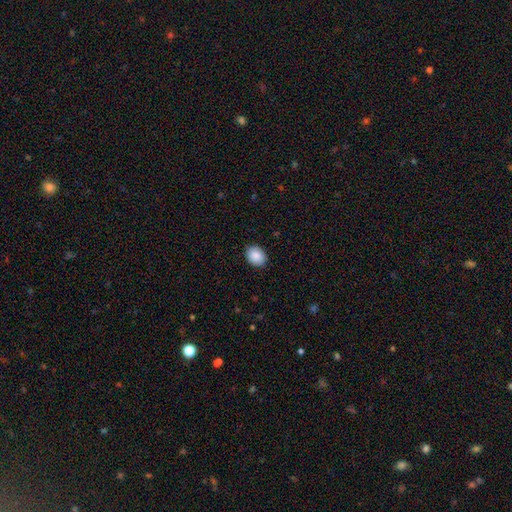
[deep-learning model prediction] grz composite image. It shows a smooth galaxy with no disk features (89%) that is in between round and cigar-shaped (54%). Merging: none (90%).